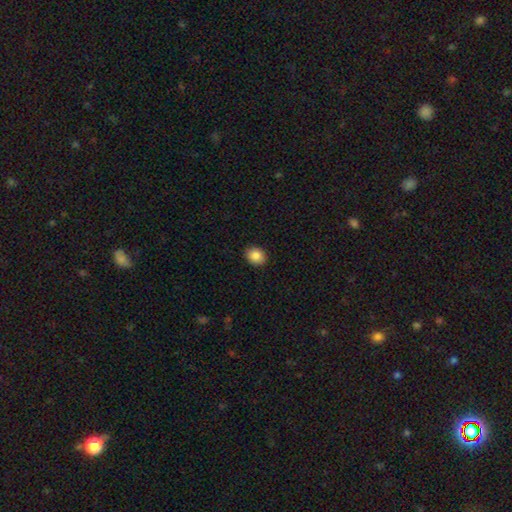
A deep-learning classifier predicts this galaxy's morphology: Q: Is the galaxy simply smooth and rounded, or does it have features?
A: smooth — 86%.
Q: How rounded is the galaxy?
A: round — 57%.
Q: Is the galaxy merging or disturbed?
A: none — 90%.